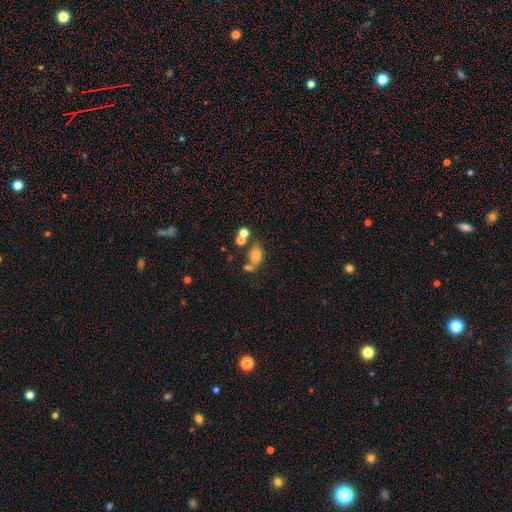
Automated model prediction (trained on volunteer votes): smooth-or-featured: smooth: 70% | featured or disk: 17% | star or artifact: 13%
  how-rounded: in between: 79% | round: 18% | cigar-shaped: 3%
  merging: none: 44% | merger: 29% | minor disturbance: 17% | major disturbance: 10%